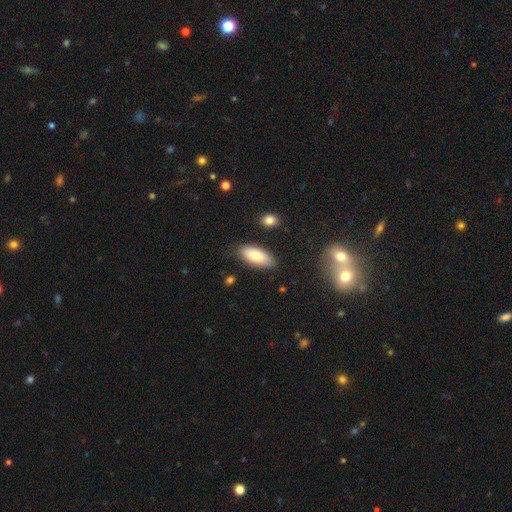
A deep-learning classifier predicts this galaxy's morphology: Smooth or featured? smooth (80%)
How rounded? in between (87%)
Merging? none (82%)